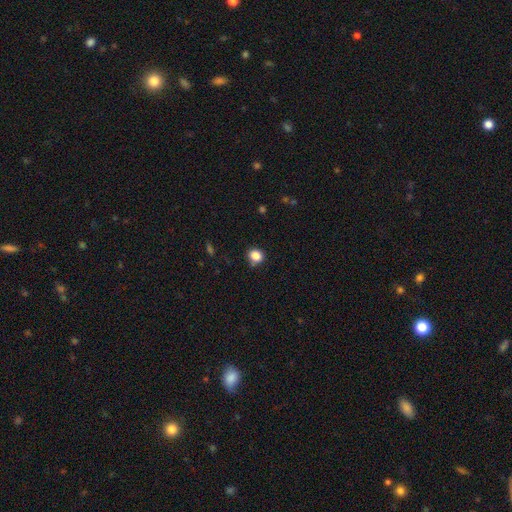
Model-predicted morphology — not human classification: Smooth or featured? smooth (85%)
How rounded? round (78%)
Merging? none (80%)